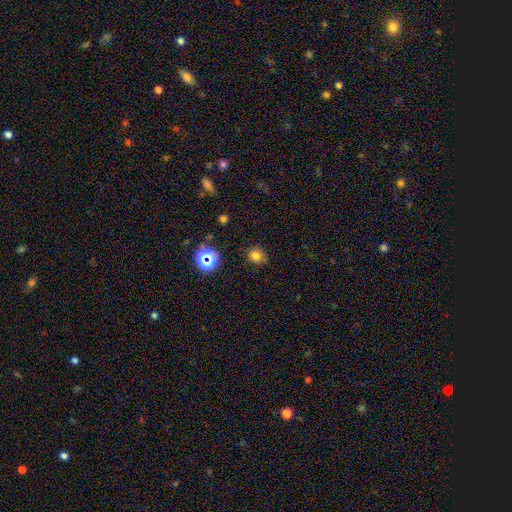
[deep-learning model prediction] Smooth or featured? smooth (76%)
How rounded? round (83%)
Merging? none (82%)